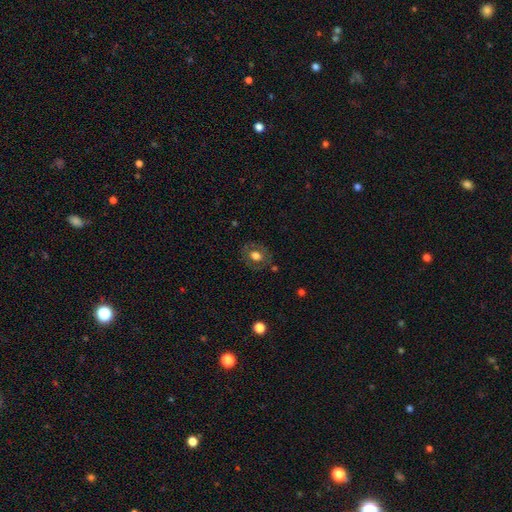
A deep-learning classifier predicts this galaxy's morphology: Smooth or featured?
  - smooth: 56% *
  - featured or disk: 35%
  - star or artifact: 9%
How rounded?
  - round: 55% *
  - in between: 44%
  - cigar-shaped: 1%
Merging?
  - none: 78% *
  - minor disturbance: 14%
  - major disturbance: 6%
  - merger: 2%